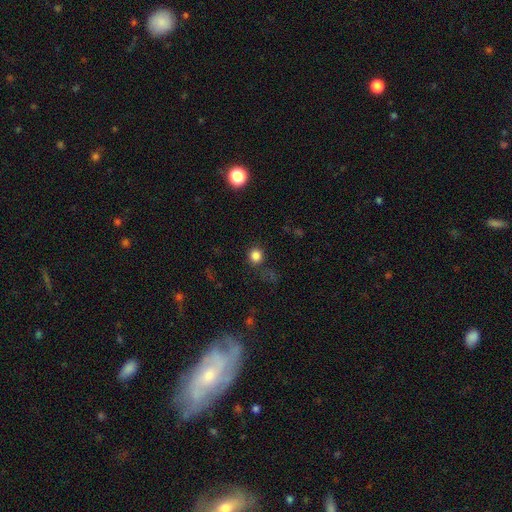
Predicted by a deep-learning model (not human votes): This is clearly a smooth galaxy (82%). How rounded: clearly round (88%). Merging: likely none (80%).